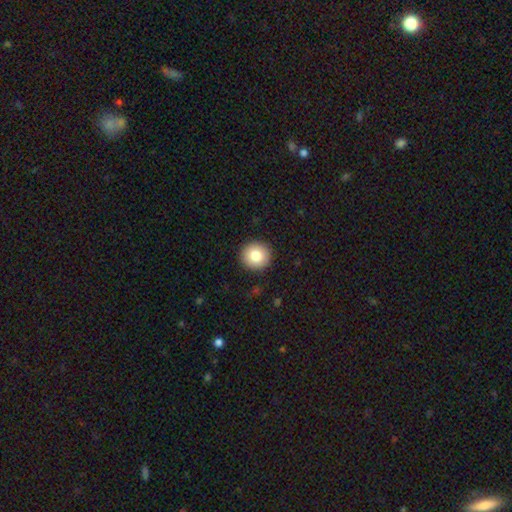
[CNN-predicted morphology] smooth_or_featured: smooth (p=0.82) [alt: featured or disk p=0.09]
how_rounded: round (p=0.94) [alt: in between p=0.05]
merging: none (p=0.92) [alt: minor disturbance p=0.05]